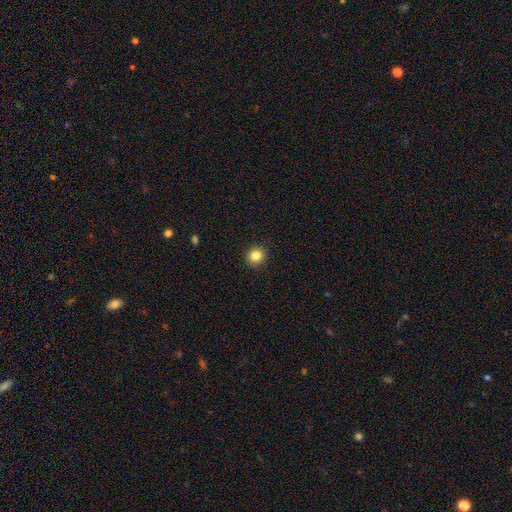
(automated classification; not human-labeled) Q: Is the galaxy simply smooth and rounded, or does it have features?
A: smooth — 84%.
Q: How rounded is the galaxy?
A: round — 91%.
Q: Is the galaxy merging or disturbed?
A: none — 92%.